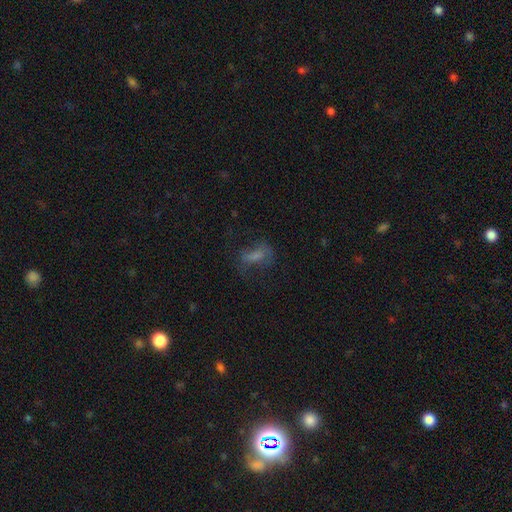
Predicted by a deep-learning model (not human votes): A smooth galaxy with no disk features (49%).

Vote fractions:
- Smooth or featured? smooth: 49% / featured or disk: 33% / star or artifact: 18%
- Merging? none: 48% / major disturbance: 29% / minor disturbance: 21% / merger: 2%